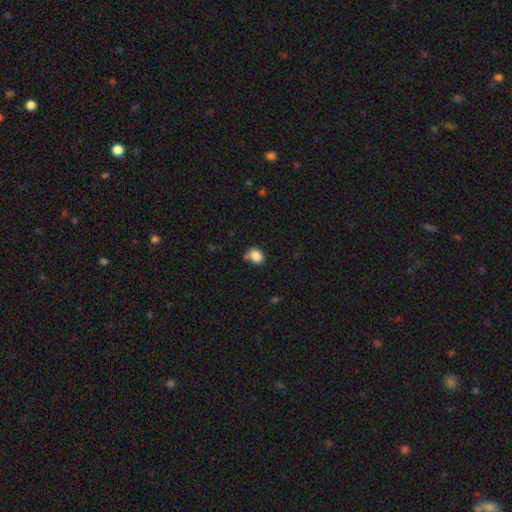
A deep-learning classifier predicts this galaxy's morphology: Smooth or featured?
  - smooth: 85% *
  - star or artifact: 10%
  - featured or disk: 5%
How rounded?
  - round: 52% *
  - in between: 47%
  - cigar-shaped: 1%
Merging?
  - none: 62% *
  - minor disturbance: 20%
  - merger: 13%
  - major disturbance: 5%